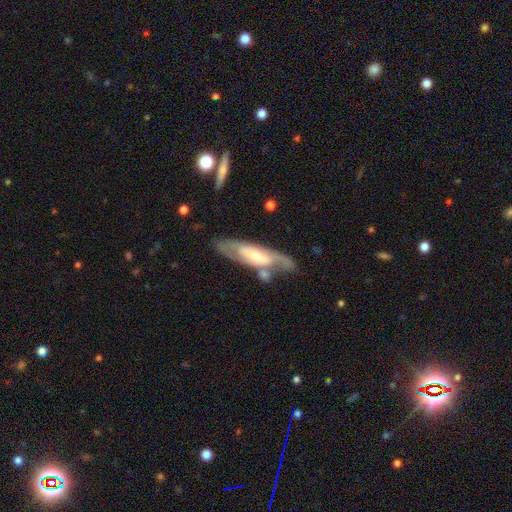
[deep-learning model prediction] Overall: featured or disk (69%). Edge-on disk: no (71%). Merging: none (60%).